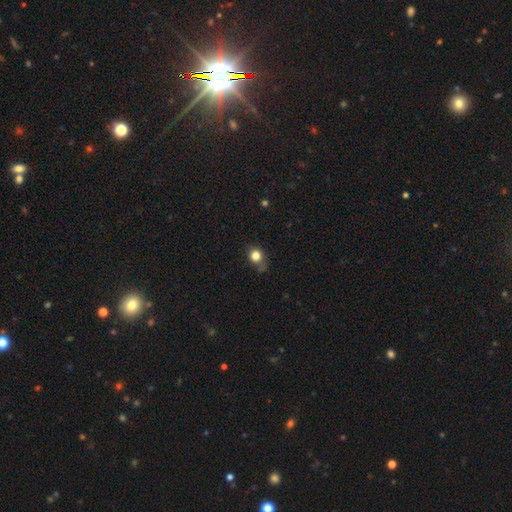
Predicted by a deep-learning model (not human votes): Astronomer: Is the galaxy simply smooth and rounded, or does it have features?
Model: smooth — 80%.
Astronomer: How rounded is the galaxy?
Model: round — 72%.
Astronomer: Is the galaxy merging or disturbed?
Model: none — 50% (runner-up: minor disturbance, 31%).